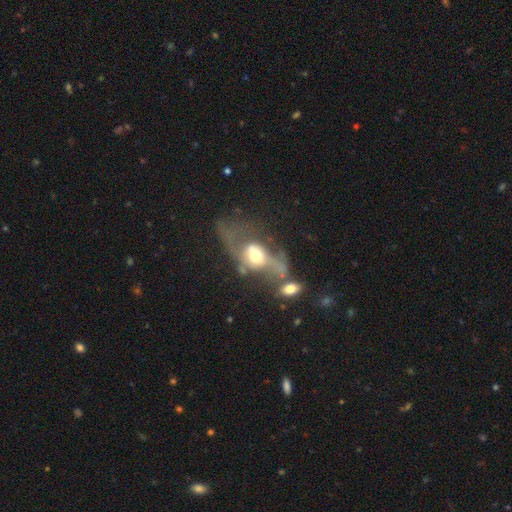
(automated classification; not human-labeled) smooth_or_featured: featured or disk (p=0.53) [alt: smooth p=0.37]
disk_edge_on: no (p=0.92) [alt: yes p=0.08]
merging: major disturbance (p=0.47) [alt: merger p=0.28]